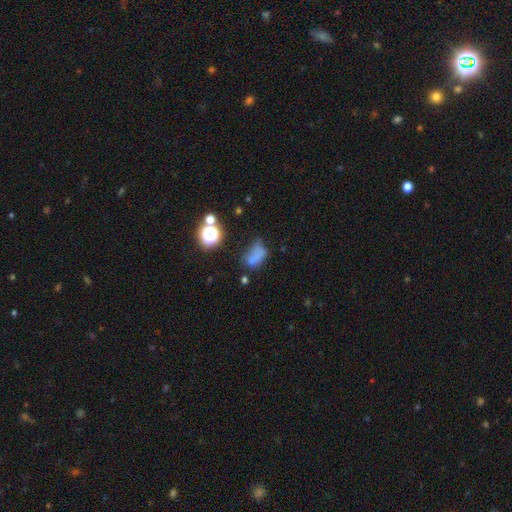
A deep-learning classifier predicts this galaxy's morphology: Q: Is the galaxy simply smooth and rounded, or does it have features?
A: smooth — 62%.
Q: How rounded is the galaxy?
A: in between — 78%.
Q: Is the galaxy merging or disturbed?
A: none — 34%.